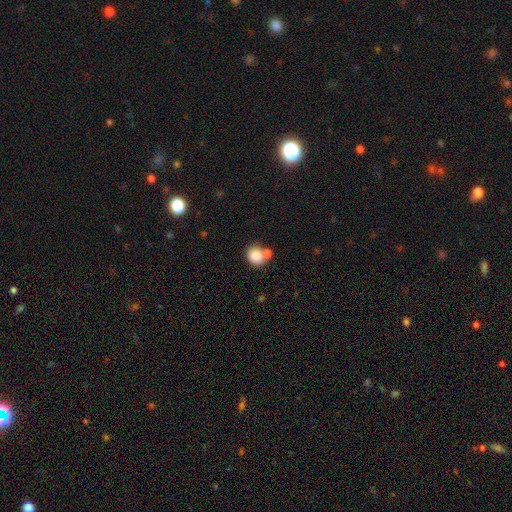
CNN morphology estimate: Smooth or featured: smooth — 84% (star or artifact — 9%)
How rounded: round — 66% (in between — 33%)
Merging: none — 51% (merger — 33%)